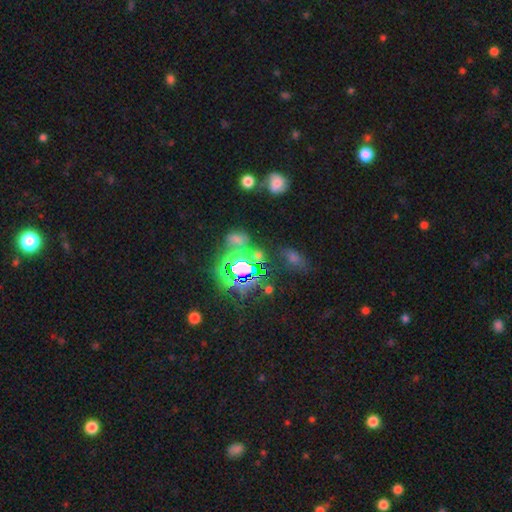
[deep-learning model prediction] Smooth or featured?
  - star or artifact: 73% *
  - smooth: 18%
  - featured or disk: 10%